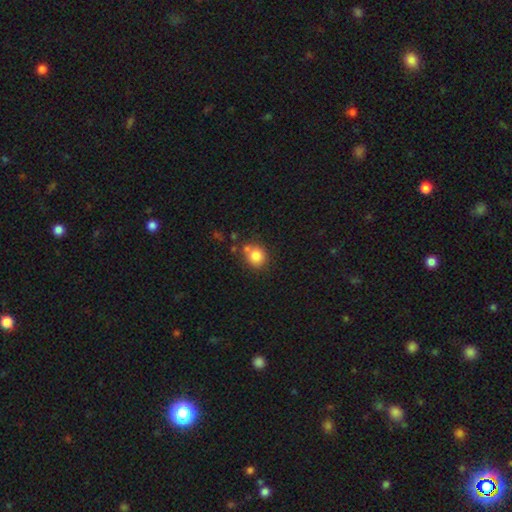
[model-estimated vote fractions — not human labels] This appears to be a smooth galaxy with no disk features (82%) that is round (82%). Merging: none (65%).